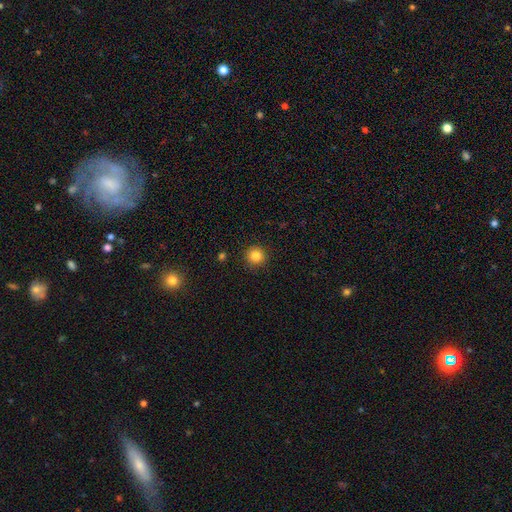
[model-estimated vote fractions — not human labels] Morphology: type=smooth (84%); roundness=round (94%); merging=none (91%).